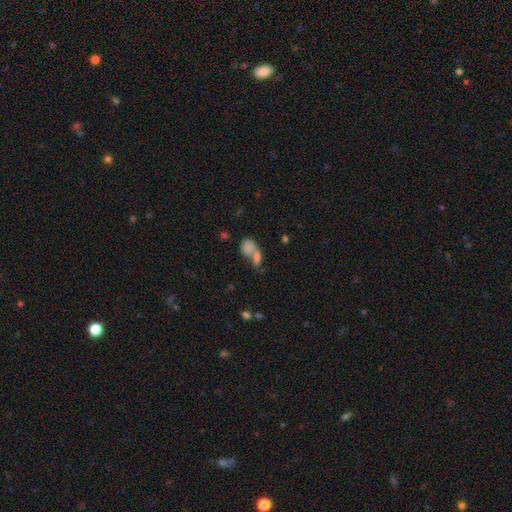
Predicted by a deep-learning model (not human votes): Morphology: type=smooth (58%); roundness=in between (66%); merging=merger (54%).